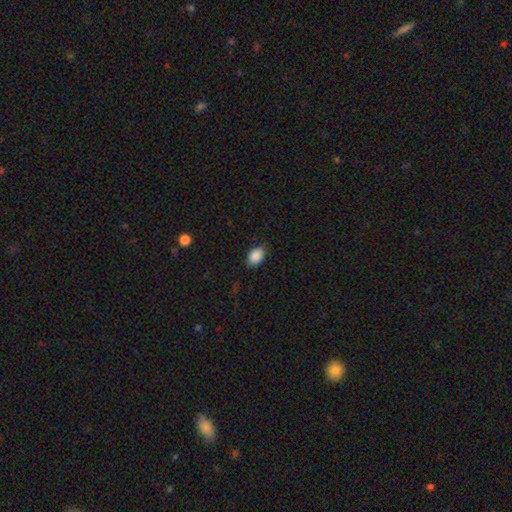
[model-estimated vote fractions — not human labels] Smooth or featured? smooth (89%)
How rounded? in between (84%)
Merging? none (86%)